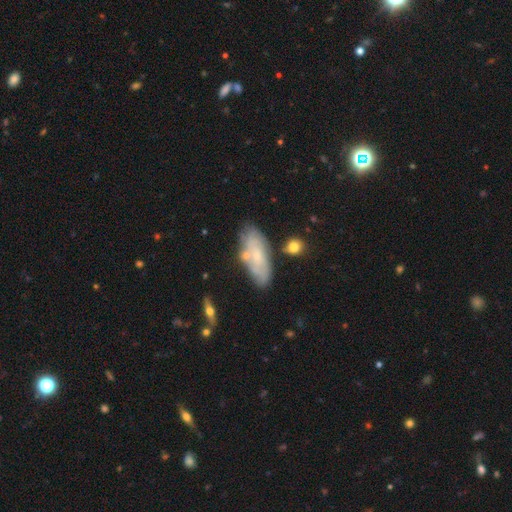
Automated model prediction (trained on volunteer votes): smooth-or-featured: featured or disk: 48% | smooth: 45% | star or artifact: 7%
  merging: none: 70% | minor disturbance: 18% | merger: 8% | major disturbance: 4%